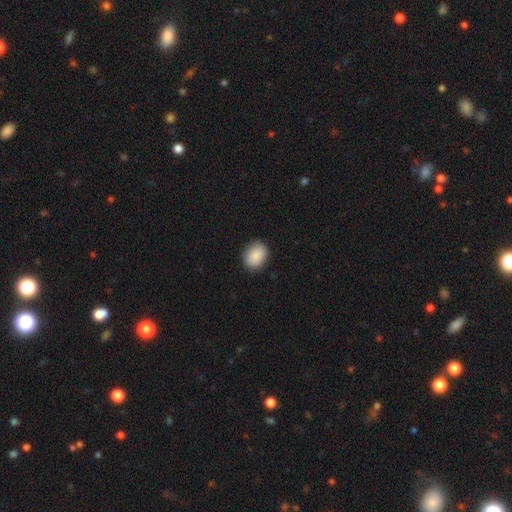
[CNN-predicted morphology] smooth 90%, star or artifact 7%, featured or disk 4%. Down the decision tree: how rounded — in between (65%); merging — none (87%).